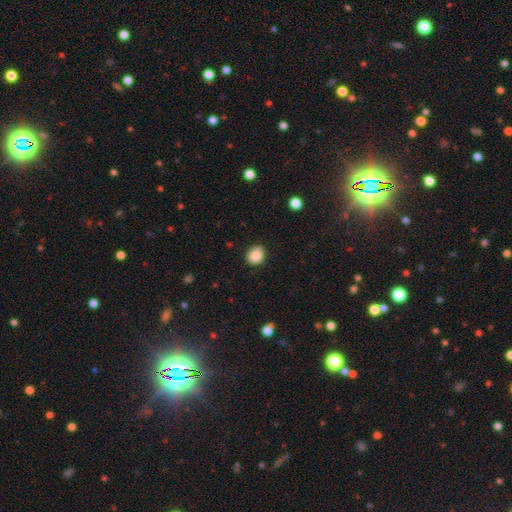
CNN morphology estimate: Overall: smooth (87%). How rounded: round (61%; in between 39%). Merging: none (84%).